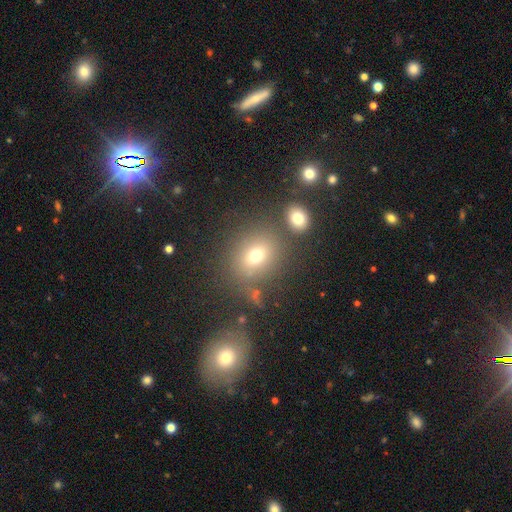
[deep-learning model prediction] Smooth or featured: smooth — 70% (star or artifact — 18%)
How rounded: round — 64% (in between — 35%)
Merging: none — 72% (minor disturbance — 11%)